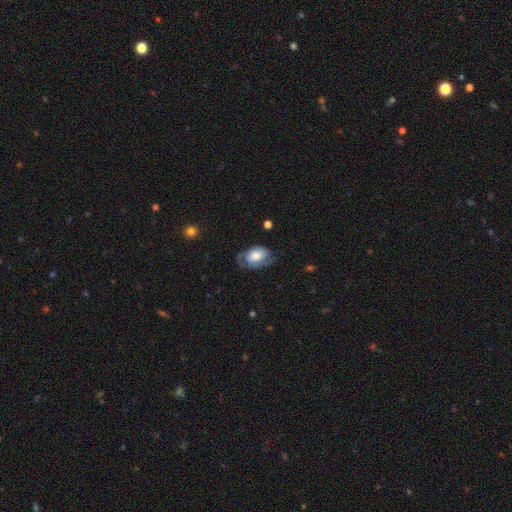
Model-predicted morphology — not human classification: This appears to be a featured or disk galaxy (57%) with no bar (65%), spiral arms (77%) and a large central bulge (40%). Merging: none (60%).